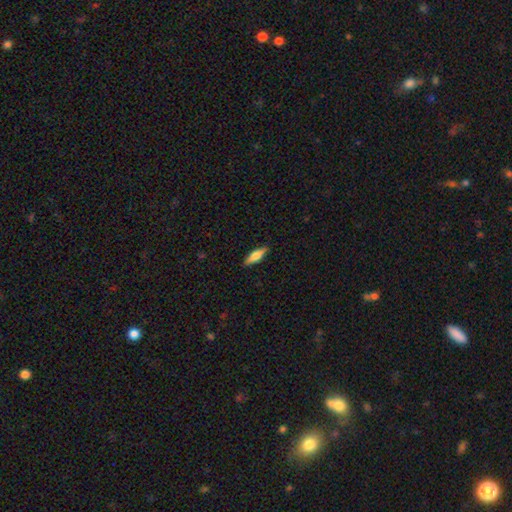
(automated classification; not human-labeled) Smooth or featured? Predicted: smooth (p=0.58). How rounded? Predicted: cigar-shaped (p=0.54). Merging? Predicted: none (p=0.88).